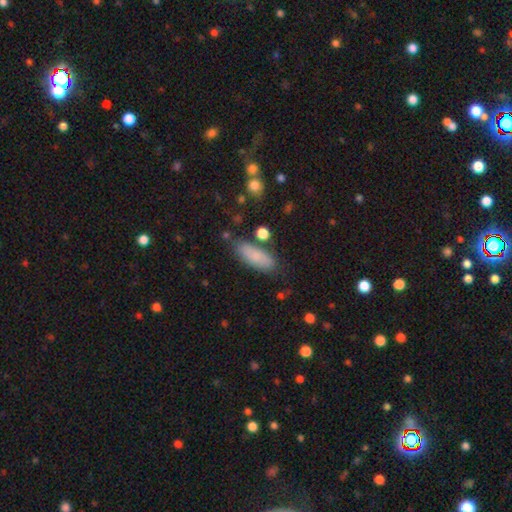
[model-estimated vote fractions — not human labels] Morphology: type=smooth (83%); roundness=in between (69%); merging=none (78%).